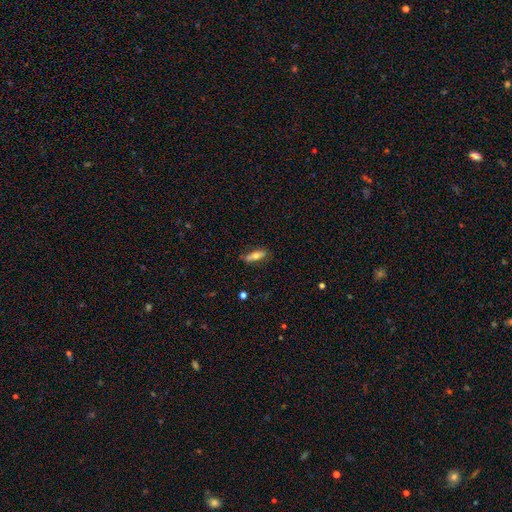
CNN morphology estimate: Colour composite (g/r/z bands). It shows a smooth galaxy with no disk features (62%) that is in between round and cigar-shaped (51%). Merging: none (76%).